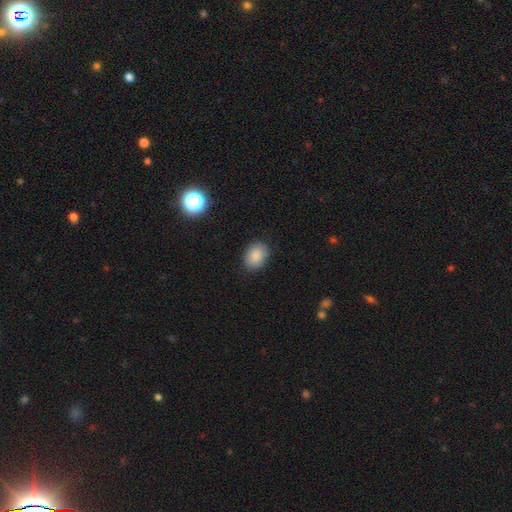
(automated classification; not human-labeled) Morphology: type=smooth (87%); roundness=in between (67%); merging=none (86%).